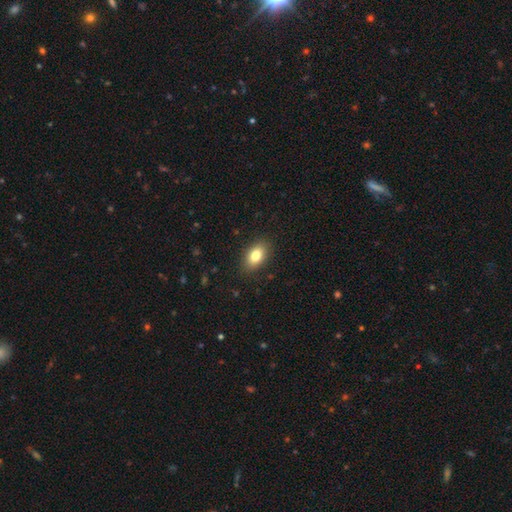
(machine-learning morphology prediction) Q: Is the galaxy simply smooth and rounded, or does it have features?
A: smooth — 81%.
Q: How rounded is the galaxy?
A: in between — 88%.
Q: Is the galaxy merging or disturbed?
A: none — 87%.